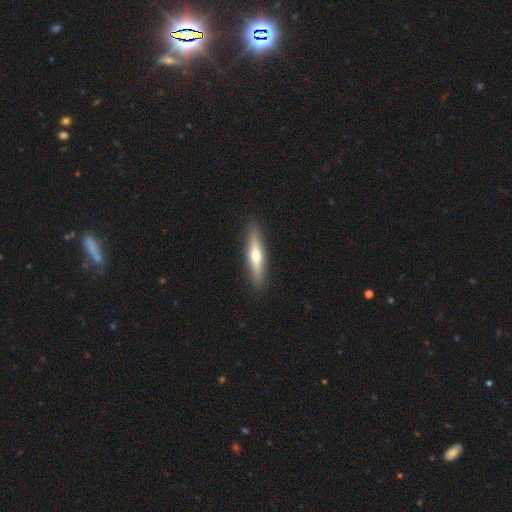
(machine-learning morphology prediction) smooth-or-featured: featured or disk: 50% | smooth: 45% | star or artifact: 5%
  disk-edge-on: yes: 93% | no: 7%
  merging: none: 91% | minor disturbance: 6% | major disturbance: 2% | merger: 1%